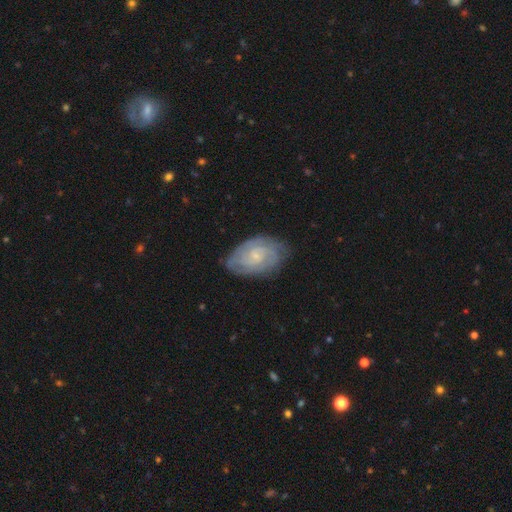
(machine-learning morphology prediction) featured or disk 77%, smooth 17%, star or artifact 6%. Down the decision tree: edge-on disk — no (97%); bar — no (70%); spiral arms — yes (93%); spiral arm count — can't tell (39%); spiral winding — tight (70%); bulge size — small (75%); merging — none (76%).